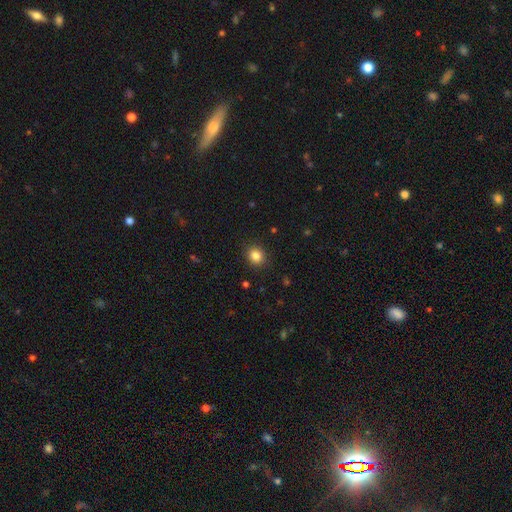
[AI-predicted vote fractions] Morphology: type=smooth (85%); roundness=round (73%); merging=none (90%).